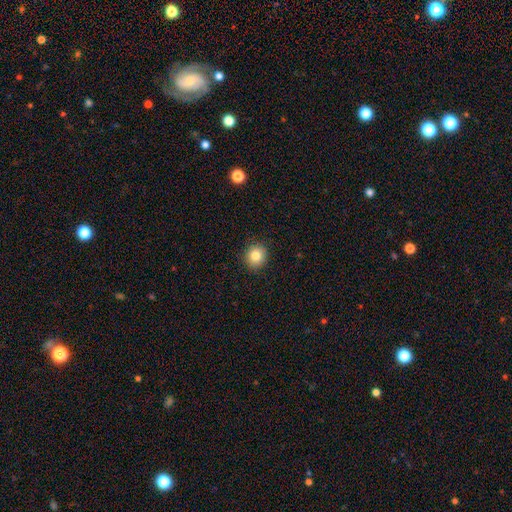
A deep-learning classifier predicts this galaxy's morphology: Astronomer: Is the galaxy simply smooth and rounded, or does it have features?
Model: smooth — 83%.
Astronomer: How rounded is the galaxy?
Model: round — 85%.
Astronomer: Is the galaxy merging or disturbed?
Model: none — 91%.